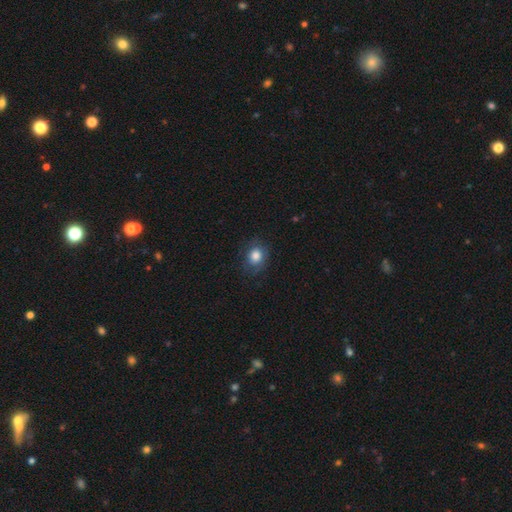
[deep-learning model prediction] Smooth or featured: smooth — 79% (featured or disk — 12%)
How rounded: round — 68% (in between — 31%)
Merging: none — 74% (minor disturbance — 17%)